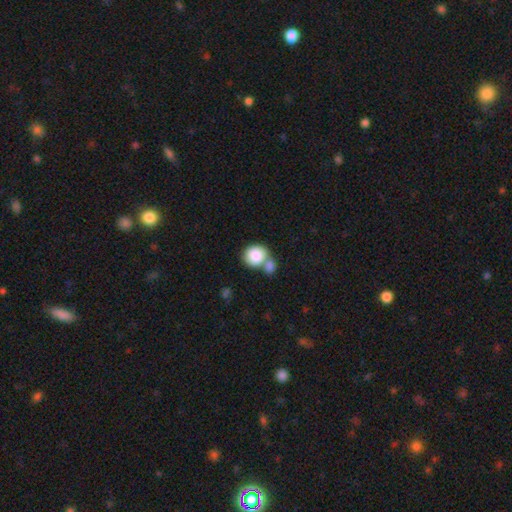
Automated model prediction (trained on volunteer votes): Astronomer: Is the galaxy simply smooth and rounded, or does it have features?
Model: smooth — 85%.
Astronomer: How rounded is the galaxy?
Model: round — 78%.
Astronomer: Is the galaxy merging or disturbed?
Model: merger — 53% (runner-up: none, 34%).